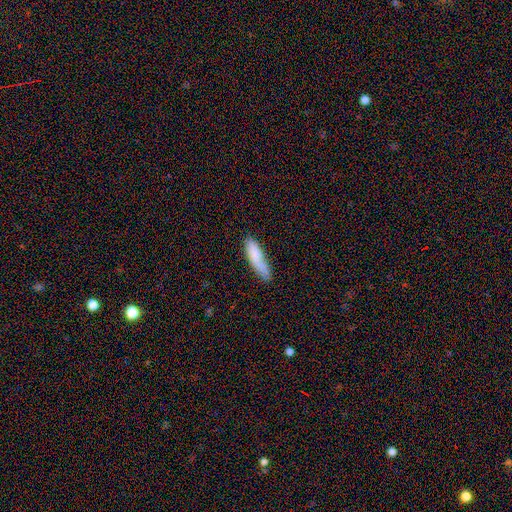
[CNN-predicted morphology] Smooth or featured? smooth (81%)
How rounded? cigar-shaped (71%)
Merging? none (56%)